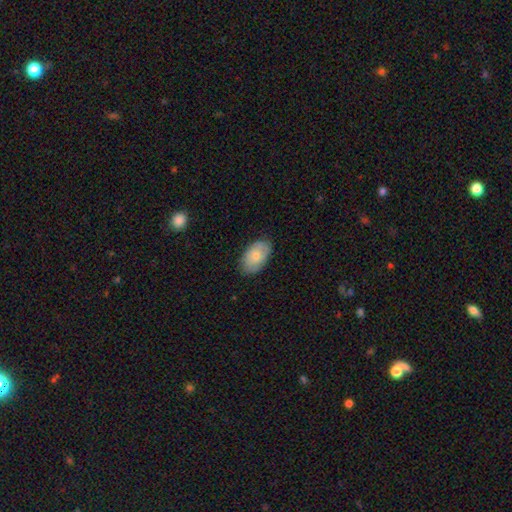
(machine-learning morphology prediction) Smooth or featured? smooth (74%)
How rounded? in between (93%)
Merging? none (81%)